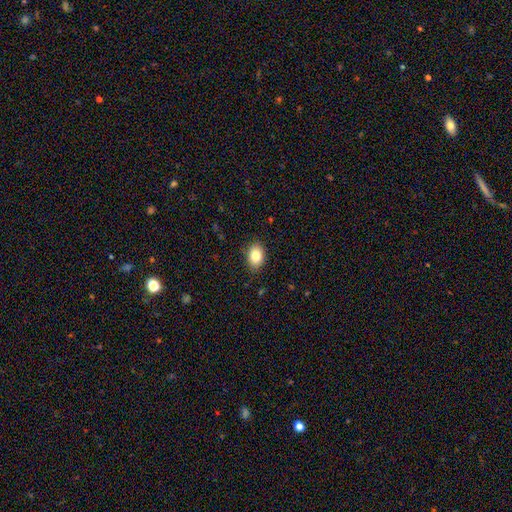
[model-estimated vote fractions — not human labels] smooth-or-featured: smooth: 83% | star or artifact: 8% | featured or disk: 8%
  how-rounded: in between: 77% | round: 22% | cigar-shaped: 1%
  merging: none: 87% | minor disturbance: 10% | major disturbance: 2% | merger: 1%